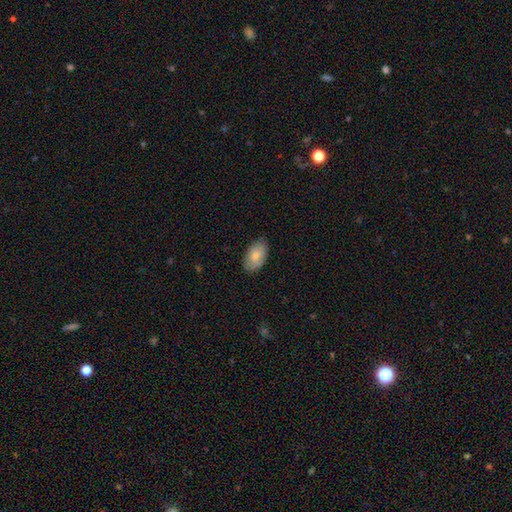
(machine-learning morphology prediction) Smooth or featured? Predicted: smooth (p=0.76). How rounded? Predicted: in between (p=0.93). Merging? Predicted: none (p=0.80).